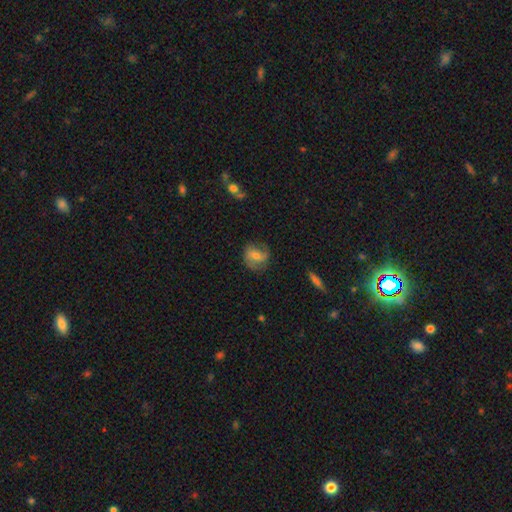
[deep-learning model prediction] Overall: featured or disk (50%; smooth 41%). Edge-on disk: no (95%). Merging: none (72%).